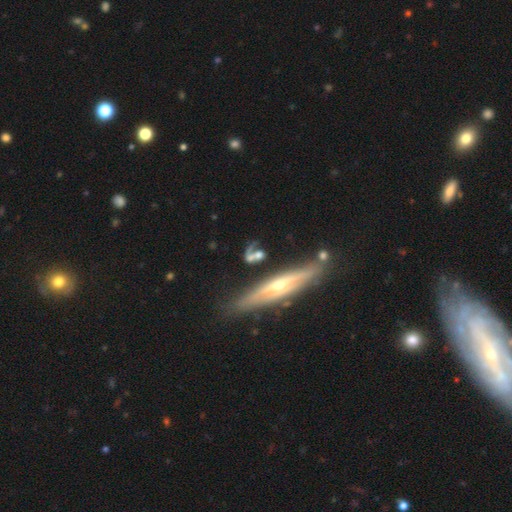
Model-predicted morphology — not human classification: featured or disk 58%, smooth 33%, star or artifact 9%. Down the decision tree: edge-on disk — yes (59%); merging — none (50%).